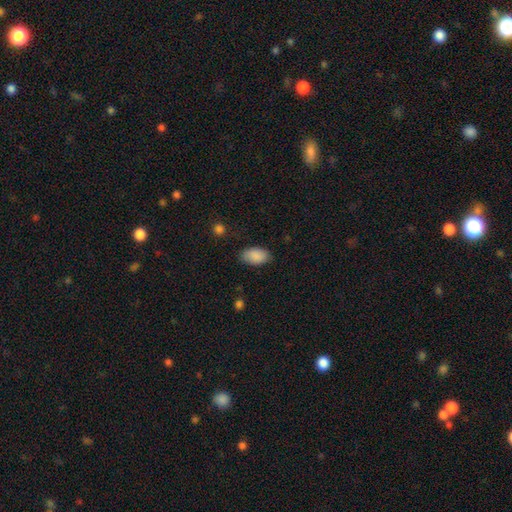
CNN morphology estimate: smooth_or_featured: smooth (p=0.89) [alt: star or artifact p=0.07]
how_rounded: in between (p=0.93) [alt: round p=0.06]
merging: none (p=0.82) [alt: minor disturbance p=0.14]